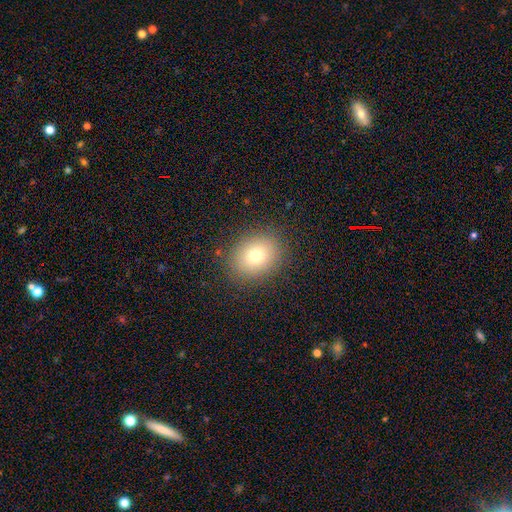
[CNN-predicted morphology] type=smooth (75%); roundness=round (56%); merging=none (86%).